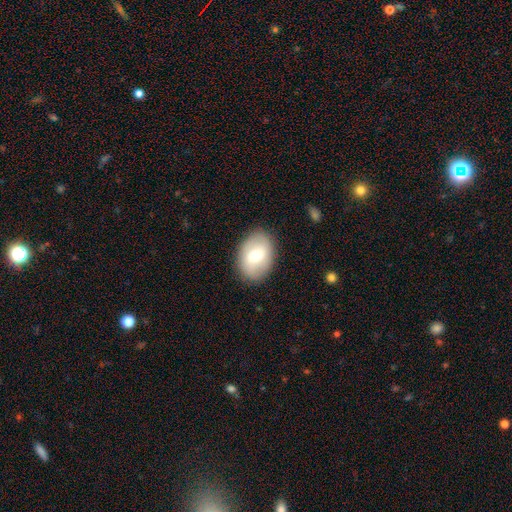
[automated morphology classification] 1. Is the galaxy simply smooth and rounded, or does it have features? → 64% smooth, 29% featured or disk, 7% star or artifact.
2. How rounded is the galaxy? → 78% in between, 21% round, 1% cigar-shaped.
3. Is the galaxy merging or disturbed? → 87% none, 9% minor disturbance, 3% major disturbance, 1% merger.